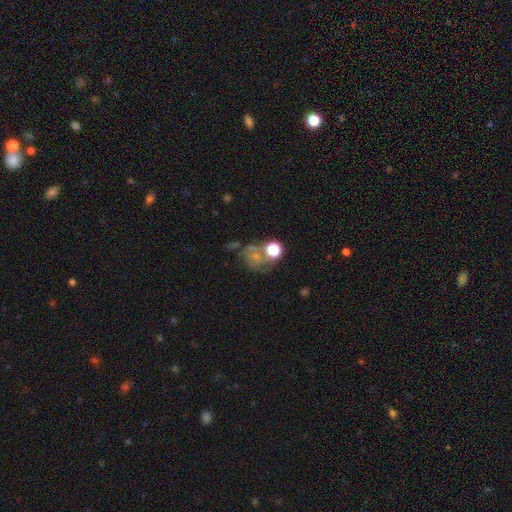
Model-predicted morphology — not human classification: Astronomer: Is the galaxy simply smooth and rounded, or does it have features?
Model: smooth — 51%.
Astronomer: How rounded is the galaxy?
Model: round — 68%.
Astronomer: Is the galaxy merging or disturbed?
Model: none — 38% (runner-up: merger, 25%).